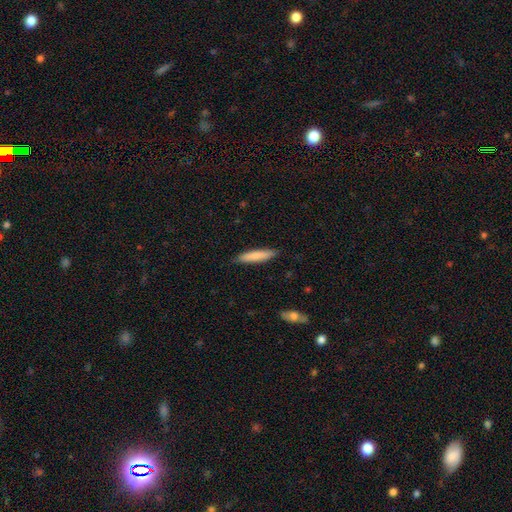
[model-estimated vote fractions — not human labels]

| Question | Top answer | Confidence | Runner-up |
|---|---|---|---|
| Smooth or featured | smooth | 81% | featured or disk (14%) |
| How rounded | cigar-shaped | 84% | in between (15%) |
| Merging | none | 87% | minor disturbance (10%) |